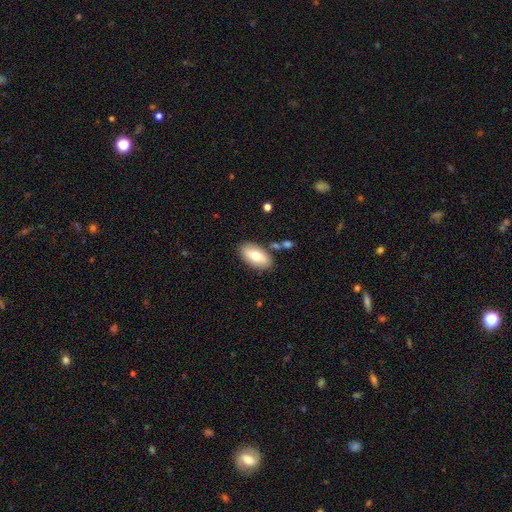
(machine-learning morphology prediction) The model was most divided on "smooth or featured": smooth: 73%, featured or disk: 20%, star or artifact: 6%. More confident: how rounded — in between (93%); merging — none (82%).